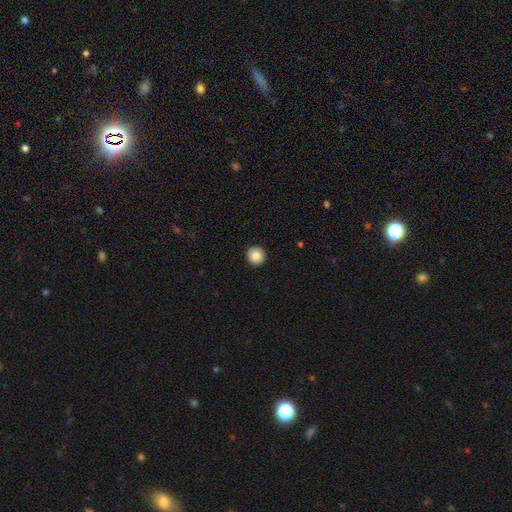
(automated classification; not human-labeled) Smooth or featured? Predicted: smooth (p=0.87). How rounded? Predicted: round (p=0.94). Merging? Predicted: none (p=0.92).